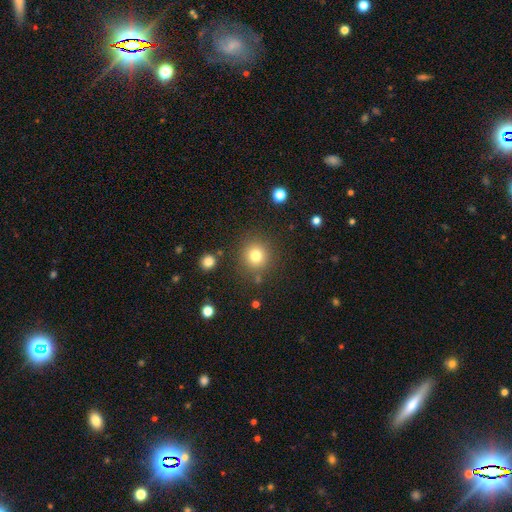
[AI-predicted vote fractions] A smooth galaxy with no disk features (79%) that is round (92%). Merging: none (85%).